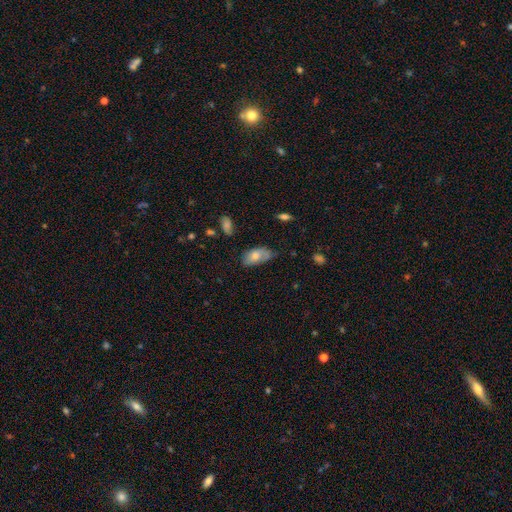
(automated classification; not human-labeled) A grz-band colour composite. It shows a smooth galaxy with no disk features (72%) that is in between round and cigar-shaped (93%). Merging: none (48%).